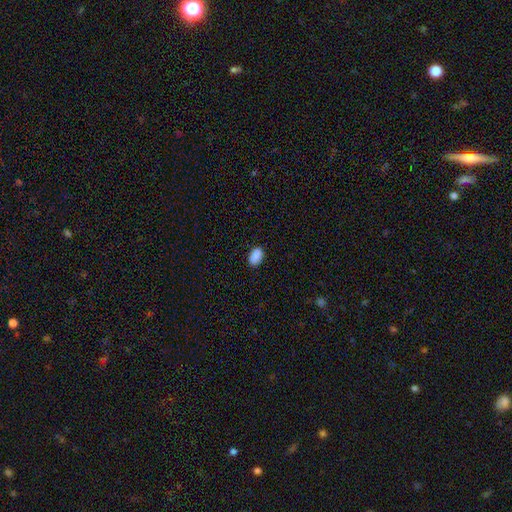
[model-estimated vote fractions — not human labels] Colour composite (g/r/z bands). It shows a smooth galaxy with no disk features (90%) that is in between round and cigar-shaped (90%). Merging: none (87%).